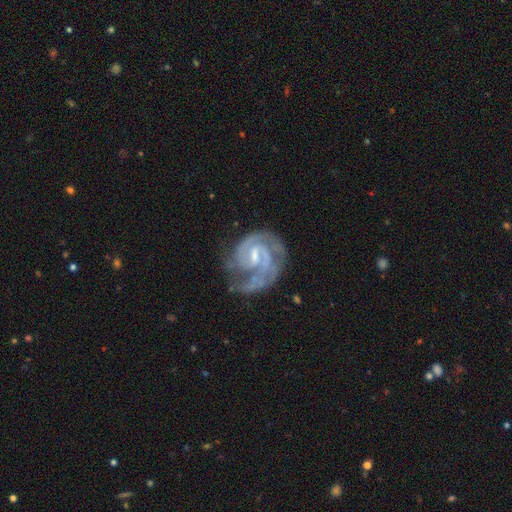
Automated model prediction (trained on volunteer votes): Smooth or featured? Predicted: featured or disk (p=0.89). Edge-on disk? Predicted: no (p=0.98). Bar? Predicted: weak (p=0.60). Spiral arms? Predicted: yes (p=0.96). Spiral winding? Predicted: tight (p=0.55). Spiral arm count? Predicted: 2 (p=0.59). Bulge size? Predicted: small (p=0.49). Merging? Predicted: none (p=0.53).